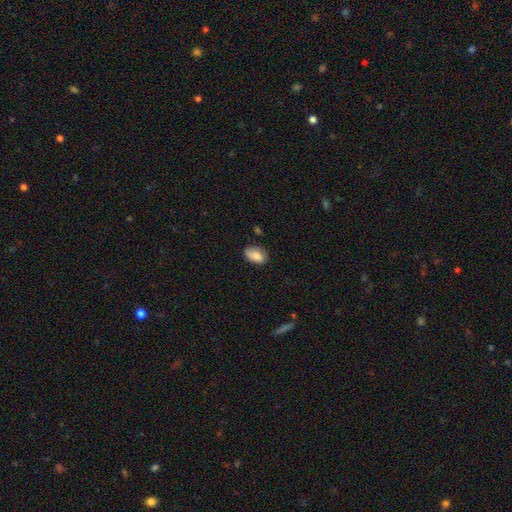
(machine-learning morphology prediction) smooth_or_featured: smooth (p=0.82) [alt: featured or disk p=0.10]
how_rounded: in between (p=0.89) [alt: round p=0.10]
merging: none (p=0.66) [alt: minor disturbance p=0.27]